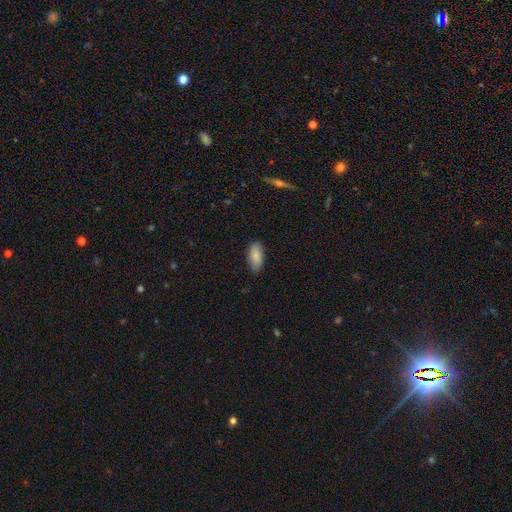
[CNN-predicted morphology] smooth_or_featured: smooth (p=0.86) [alt: featured or disk p=0.08]
how_rounded: in between (p=0.88) [alt: cigar-shaped p=0.10]
merging: none (p=0.82) [alt: minor disturbance p=0.14]